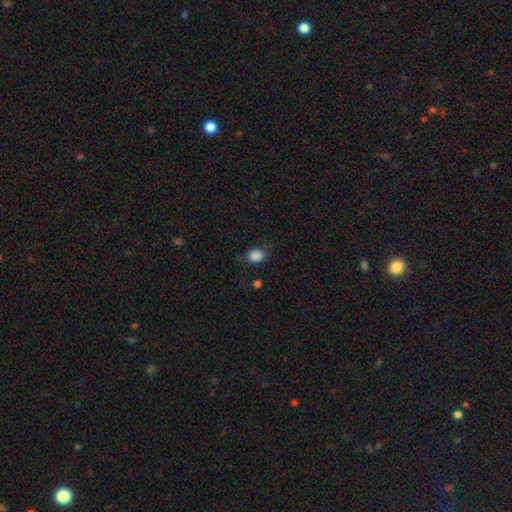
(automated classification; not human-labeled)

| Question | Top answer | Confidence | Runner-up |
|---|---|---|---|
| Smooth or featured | smooth | 87% | star or artifact (9%) |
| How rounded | in between | 60% | round (39%) |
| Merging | none | 78% | minor disturbance (15%) |